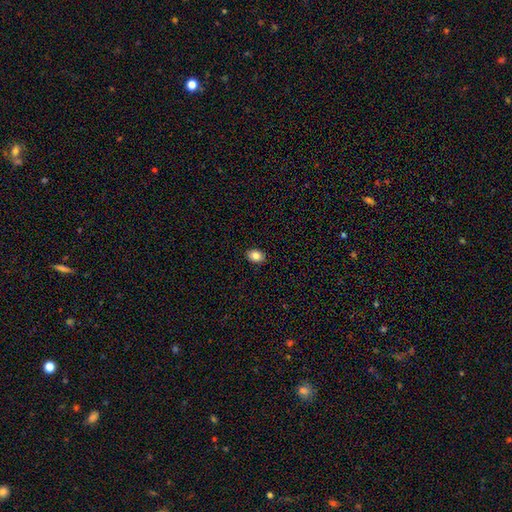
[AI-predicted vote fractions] A smooth galaxy with no disk features (84%) that is in between round and cigar-shaped (71%). Merging: none (90%).